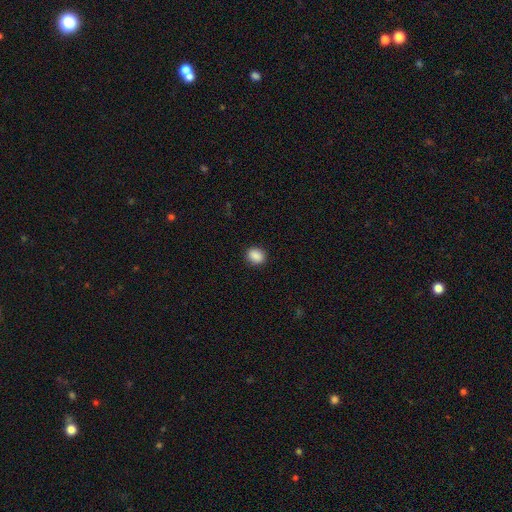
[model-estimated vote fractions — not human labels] A smooth galaxy with no disk features (89%) that is round (57%).

Vote fractions:
- Smooth or featured? smooth: 89% / star or artifact: 9% / featured or disk: 3%
- How rounded? round: 57% / in between: 42% / cigar-shaped: 1%
- Merging? none: 90% / minor disturbance: 7% / major disturbance: 2% / merger: 1%